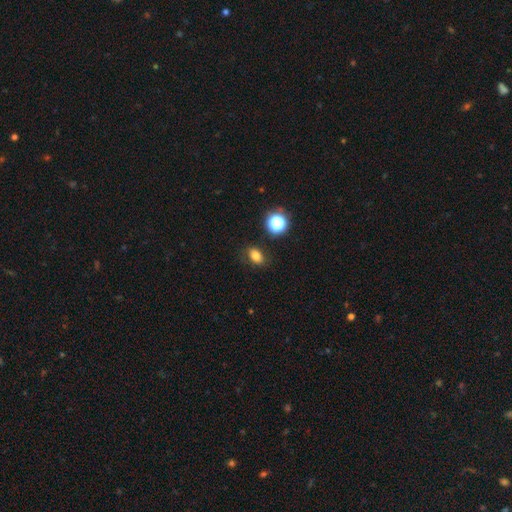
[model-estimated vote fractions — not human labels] Smooth or featured: smooth — 79% (star or artifact — 14%)
How rounded: in between — 78% (round — 20%)
Merging: none — 82% (minor disturbance — 12%)